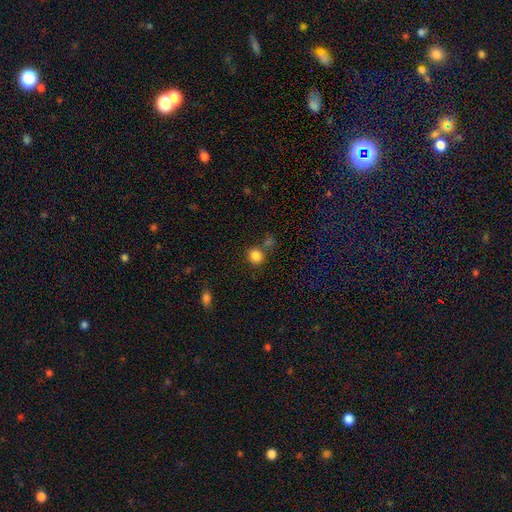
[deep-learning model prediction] Smooth or featured?
  - smooth: 84% *
  - star or artifact: 11%
  - featured or disk: 4%
How rounded?
  - round: 85% *
  - in between: 14%
  - cigar-shaped: 1%
Merging?
  - none: 72% *
  - merger: 14%
  - minor disturbance: 10%
  - major disturbance: 4%